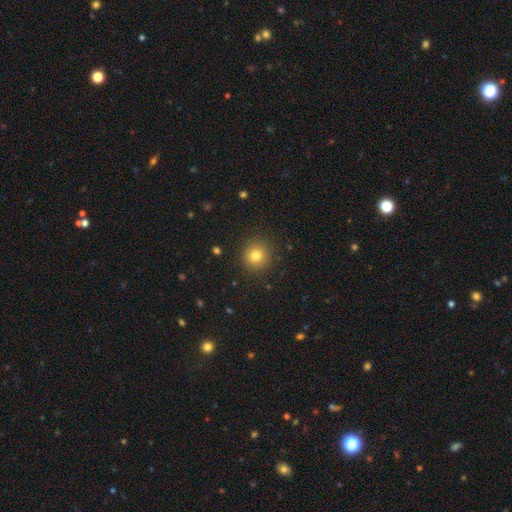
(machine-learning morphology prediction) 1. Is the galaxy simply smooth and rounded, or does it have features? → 80% smooth, 13% star or artifact, 8% featured or disk.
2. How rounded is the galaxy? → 92% round, 7% in between, 1% cigar-shaped.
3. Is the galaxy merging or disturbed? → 89% none, 7% minor disturbance, 3% major disturbance, 1% merger.